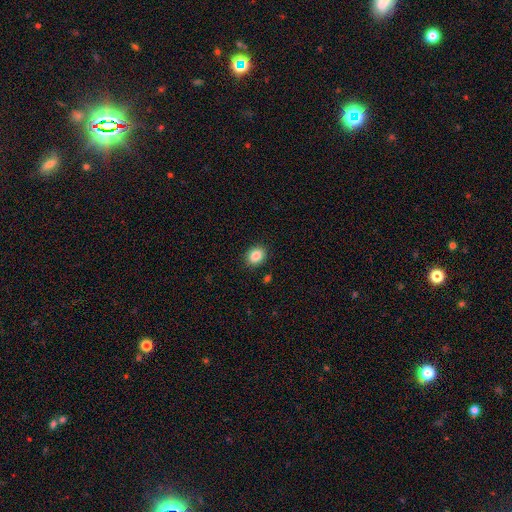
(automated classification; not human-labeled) smooth 87%, star or artifact 9%, featured or disk 4%. Down the decision tree: how rounded — in between (54%); merging — none (89%).